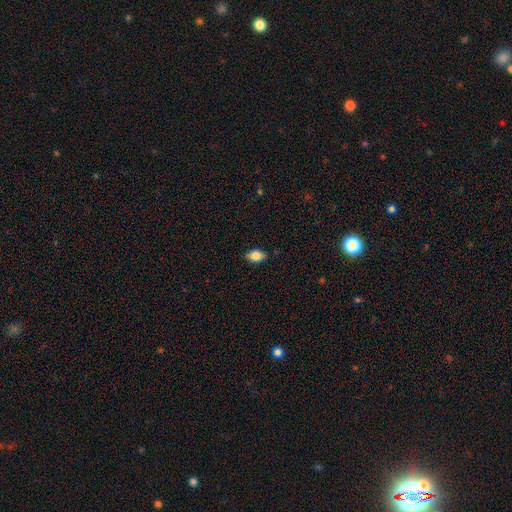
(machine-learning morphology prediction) smooth-or-featured: smooth: 79% | featured or disk: 12% | star or artifact: 9%
  how-rounded: in between: 83% | round: 14% | cigar-shaped: 3%
  merging: none: 83% | minor disturbance: 14% | major disturbance: 2% | merger: 1%